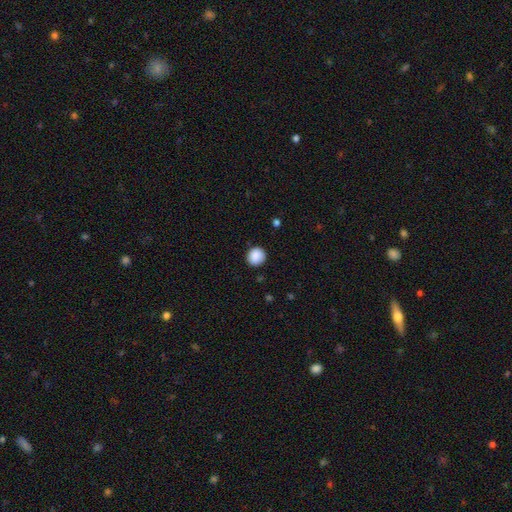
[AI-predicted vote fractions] This is clearly a smooth galaxy (89%). How rounded: clearly round (86%). Merging: clearly none (87%).